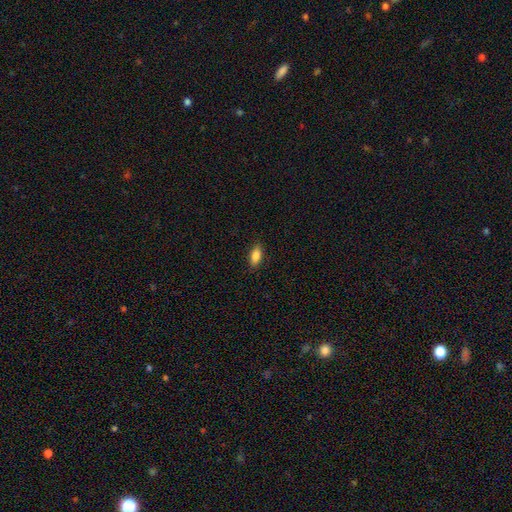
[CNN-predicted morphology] Smooth or featured: smooth — 87% (star or artifact — 7%)
How rounded: in between — 85% (cigar-shaped — 12%)
Merging: none — 88% (minor disturbance — 9%)